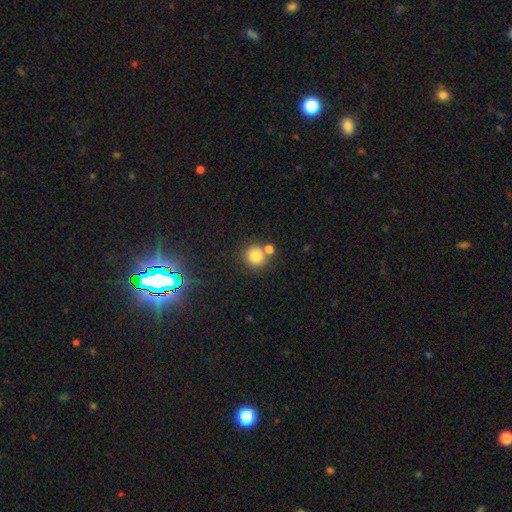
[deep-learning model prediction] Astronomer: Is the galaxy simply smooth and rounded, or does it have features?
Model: smooth — 81%.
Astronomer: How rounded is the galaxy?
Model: round — 92%.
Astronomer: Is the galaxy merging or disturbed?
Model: none — 67%.